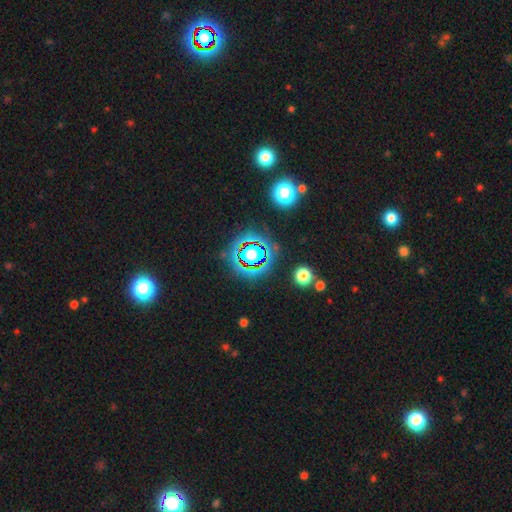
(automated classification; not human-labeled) star or artifact 78%, smooth 13%, featured or disk 9%.